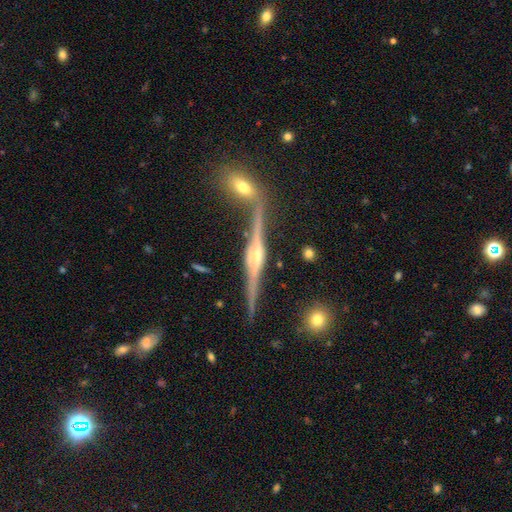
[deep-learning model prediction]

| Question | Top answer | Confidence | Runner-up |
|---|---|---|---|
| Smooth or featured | featured or disk | 89% | star or artifact (6%) |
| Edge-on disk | yes | 97% | no (3%) |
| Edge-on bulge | rounded | 79% | boxy (16%) |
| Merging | none | 81% | minor disturbance (10%) |